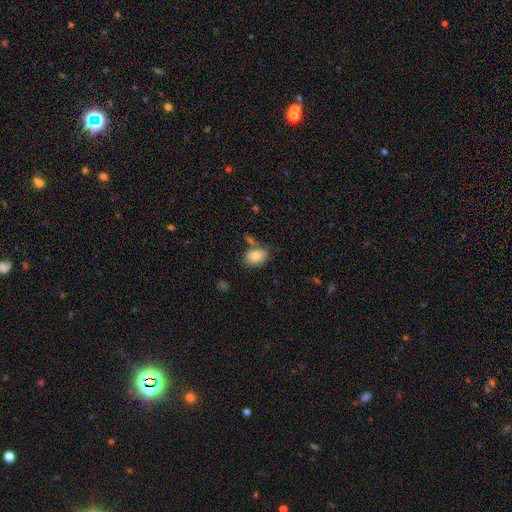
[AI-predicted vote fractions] Smooth or featured? smooth (80%)
How rounded? in between (79%)
Merging? none (66%)